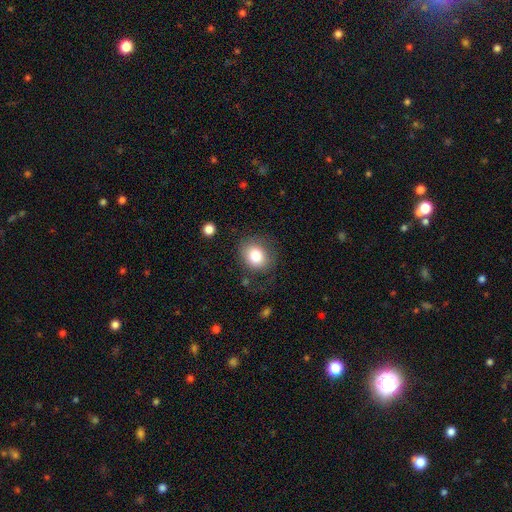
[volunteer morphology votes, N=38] A smooth galaxy with no disk features (92%) that is round (57%). Merging: none (57%).